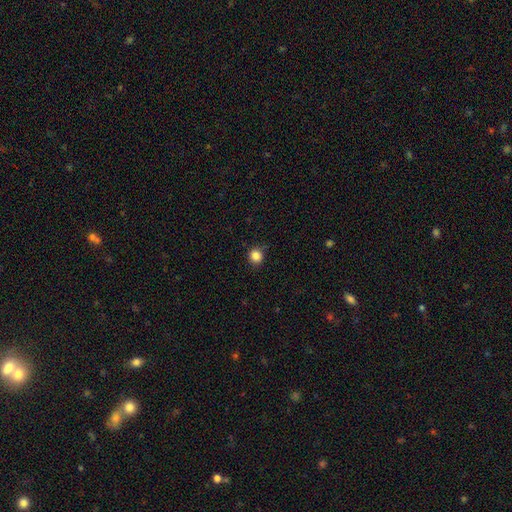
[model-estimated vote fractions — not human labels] Smooth or featured? smooth (85%)
How rounded? round (92%)
Merging? none (86%)